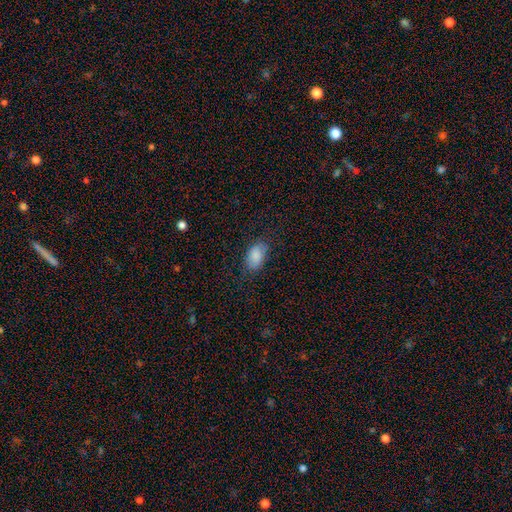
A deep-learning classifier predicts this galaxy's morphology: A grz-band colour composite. It shows a smooth galaxy with no disk features (87%) that is in between round and cigar-shaped (92%). Merging: none (75%).